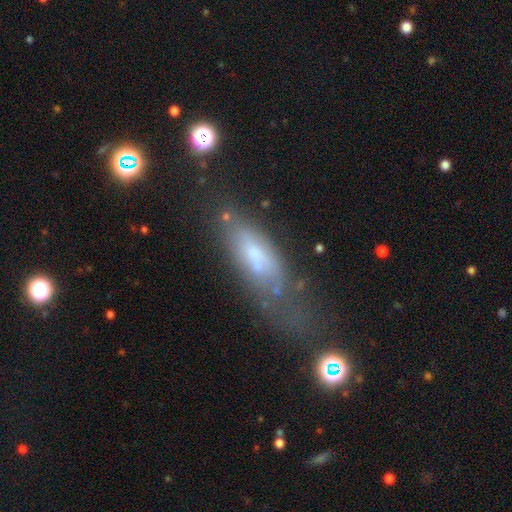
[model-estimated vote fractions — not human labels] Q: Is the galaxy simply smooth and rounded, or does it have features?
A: smooth — 52%.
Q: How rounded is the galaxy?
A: in between — 59%.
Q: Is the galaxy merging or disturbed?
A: none — 37%.